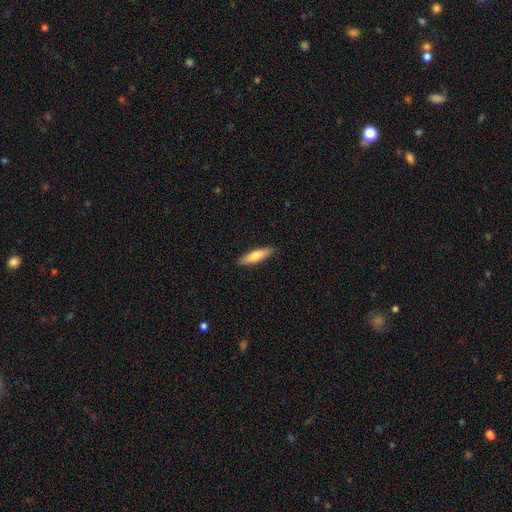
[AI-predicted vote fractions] A smooth galaxy with no disk features (70%) that is cigar-shaped (62%).

Vote fractions:
- Smooth or featured? smooth: 70% / featured or disk: 25% / star or artifact: 6%
- How rounded? cigar-shaped: 62% / in between: 36% / round: 2%
- Merging? none: 89% / minor disturbance: 8% / major disturbance: 2% / merger: 1%